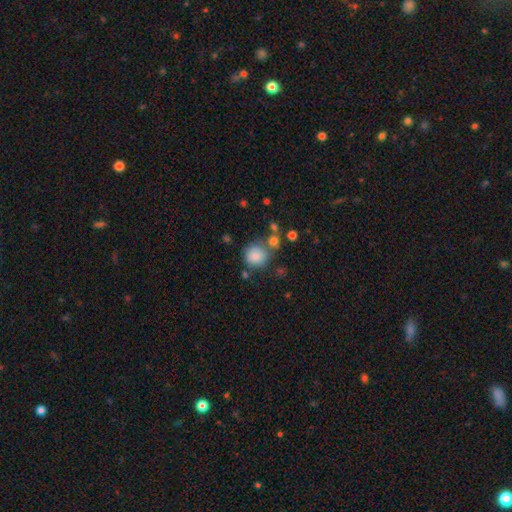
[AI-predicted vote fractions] Q: Smooth or featured?
A: smooth (83%); runner-up: star or artifact (9%)
Q: How rounded?
A: round (85%); runner-up: in between (14%)
Q: Merging?
A: none (61%); runner-up: minor disturbance (17%)